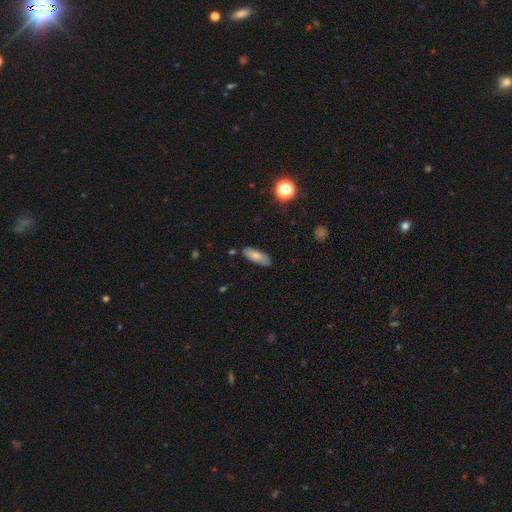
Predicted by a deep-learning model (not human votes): Morphology: type=smooth (77%); roundness=in between (70%); merging=none (82%).